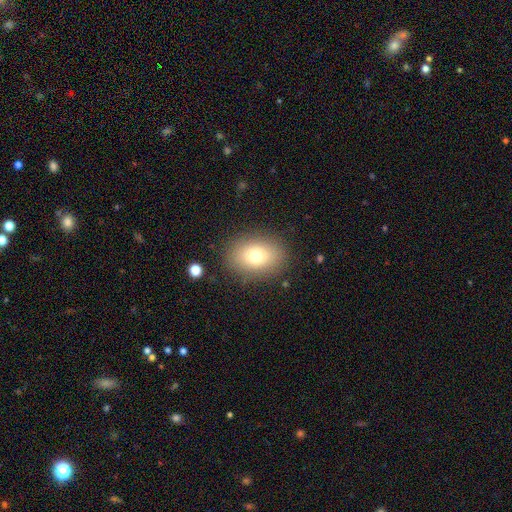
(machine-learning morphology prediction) A smooth galaxy with no disk features (74%) that is in between round and cigar-shaped (65%). Merging: none (85%).